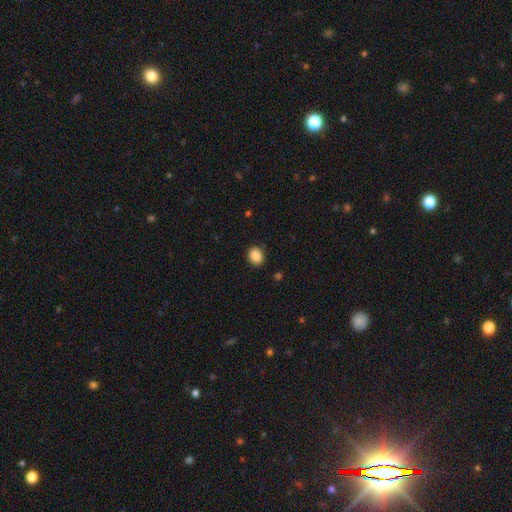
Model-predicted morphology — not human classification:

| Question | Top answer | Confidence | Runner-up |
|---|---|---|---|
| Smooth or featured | smooth | 88% | star or artifact (9%) |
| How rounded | round | 54% | in between (45%) |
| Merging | none | 87% | minor disturbance (9%) |